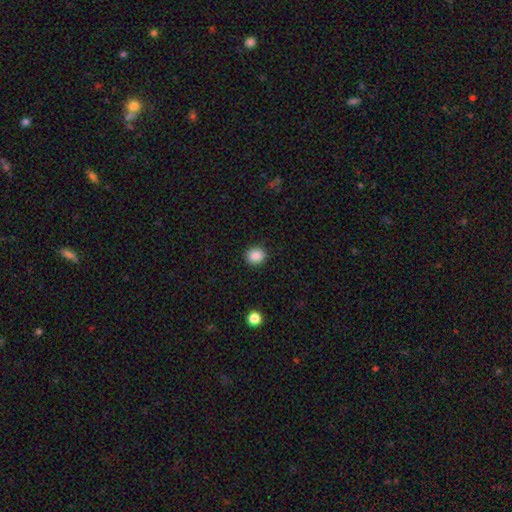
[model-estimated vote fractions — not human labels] Q: Smooth or featured?
A: smooth (88%); runner-up: star or artifact (9%)
Q: How rounded?
A: round (79%); runner-up: in between (20%)
Q: Merging?
A: none (90%); runner-up: minor disturbance (7%)